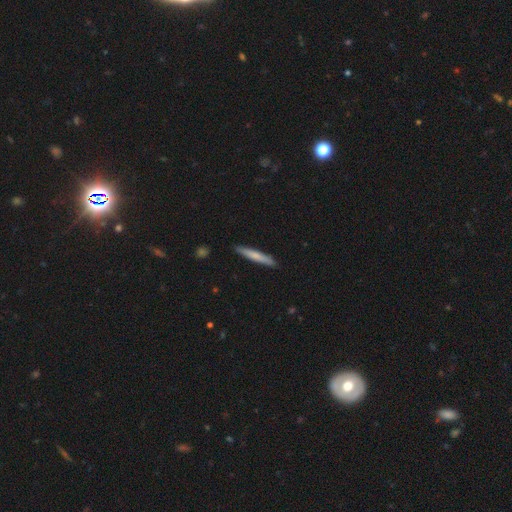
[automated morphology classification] smooth 66%, featured or disk 28%, star or artifact 5%. Down the decision tree: how rounded — cigar-shaped (95%); merging — none (90%).